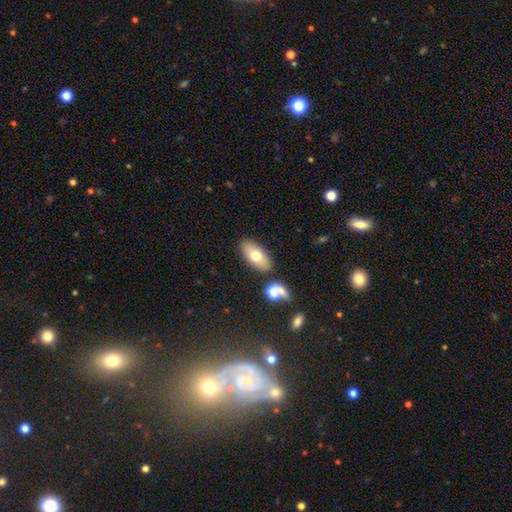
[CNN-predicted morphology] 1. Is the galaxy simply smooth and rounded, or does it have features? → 68% smooth, 24% featured or disk, 8% star or artifact.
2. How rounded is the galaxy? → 90% in between, 5% cigar-shaped, 5% round.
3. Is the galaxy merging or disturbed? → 81% none, 10% minor disturbance, 6% merger, 3% major disturbance.